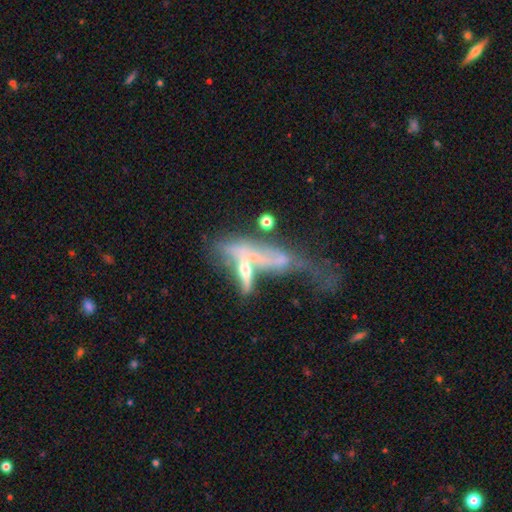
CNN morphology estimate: type=featured or disk (61%); edge-on=no (50%, tied with yes); merging=merger (47%).